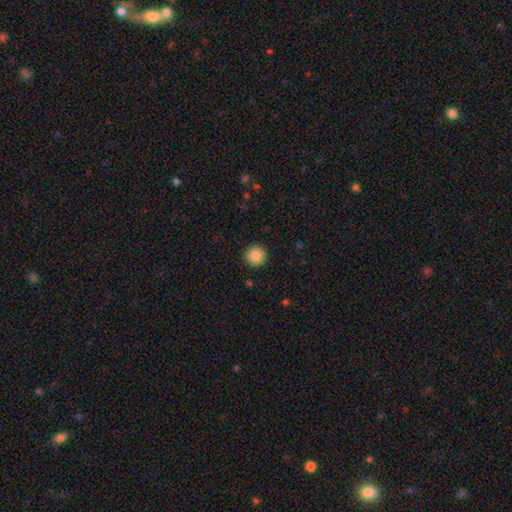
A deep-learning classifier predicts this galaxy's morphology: This is clearly a smooth galaxy (88%). How rounded: clearly round (96%). Merging: clearly none (92%).